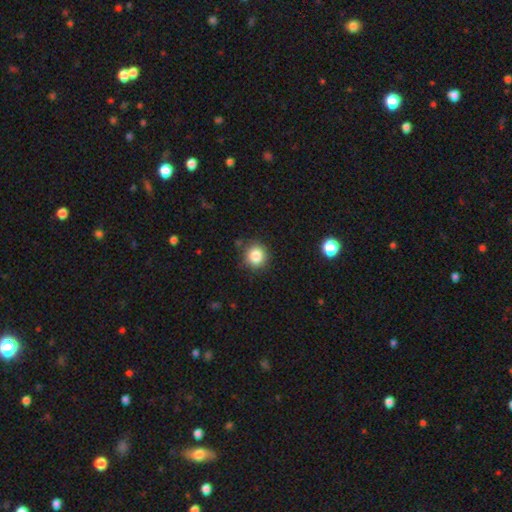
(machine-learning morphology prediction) Smooth or featured: smooth — 85% (star or artifact — 10%)
How rounded: round — 88% (in between — 11%)
Merging: none — 85% (minor disturbance — 10%)